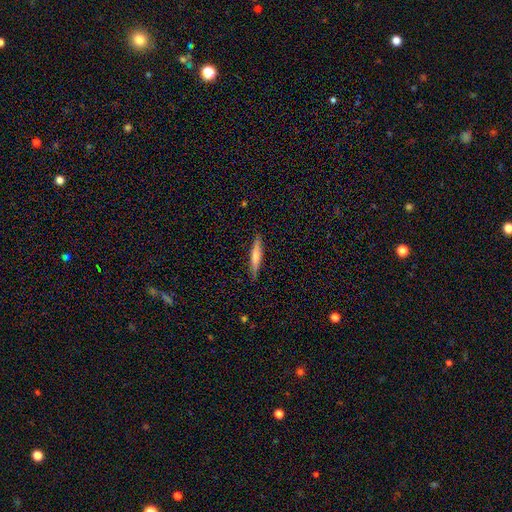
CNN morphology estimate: Smooth or featured? Predicted: smooth (p=0.57). How rounded? Predicted: cigar-shaped (p=0.91). Merging? Predicted: none (p=0.89).